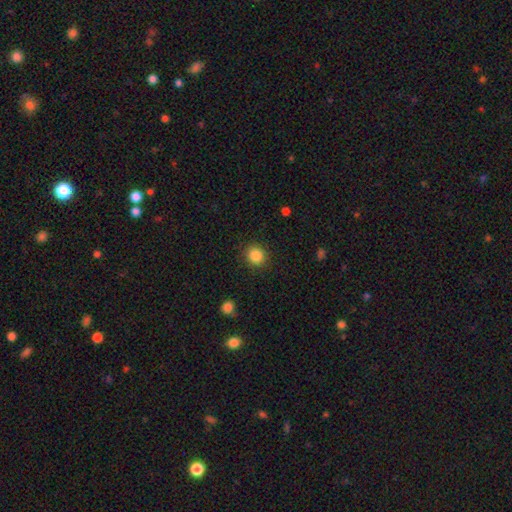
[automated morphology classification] Q: Smooth or featured?
A: smooth (85%); runner-up: star or artifact (10%)
Q: How rounded?
A: round (88%); runner-up: in between (11%)
Q: Merging?
A: none (89%); runner-up: minor disturbance (7%)